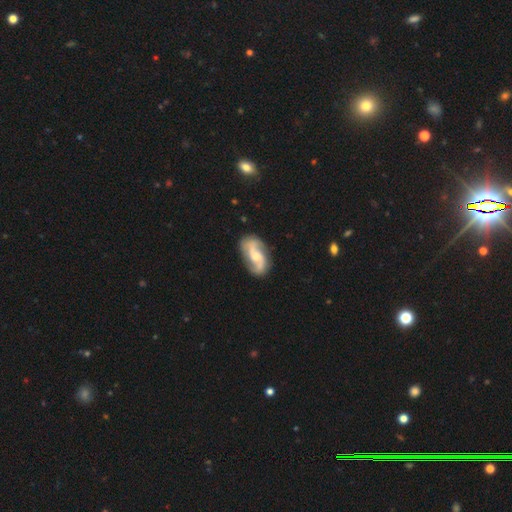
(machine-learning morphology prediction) Smooth or featured? Predicted: featured or disk (p=0.82). Edge-on disk? Predicted: no (p=0.97). Bar? Predicted: no (p=0.44). Spiral arms? Predicted: yes (p=0.95). Spiral winding? Predicted: medium (p=0.44). Spiral arm count? Predicted: 2 (p=0.90). Bulge size? Predicted: moderate (p=0.54). Merging? Predicted: none (p=0.77).